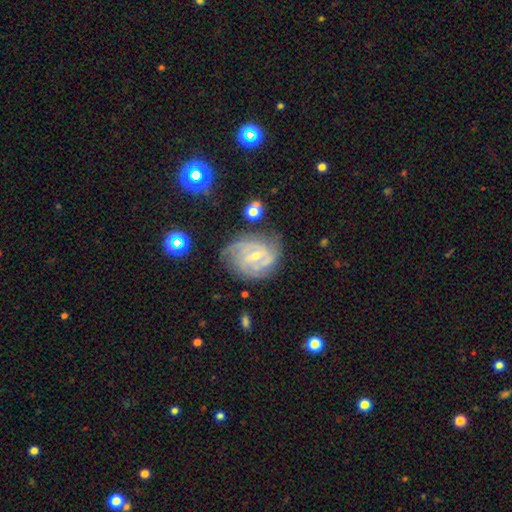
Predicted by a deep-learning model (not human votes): featured or disk 85%, smooth 8%, star or artifact 8%. Down the decision tree: edge-on disk — no (97%); bar — weak (50%); spiral arms — yes (96%); spiral arm count — 3 (31%); spiral winding — tight (62%); bulge size — small (60%); merging — none (70%).